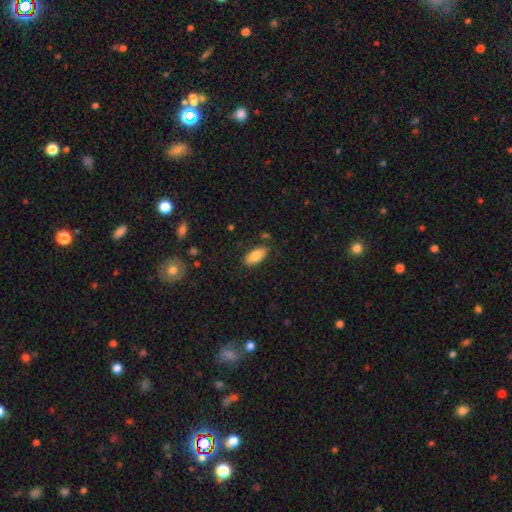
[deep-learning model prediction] smooth-or-featured: smooth: 81% | featured or disk: 12% | star or artifact: 7%
  how-rounded: in between: 90% | cigar-shaped: 8% | round: 2%
  merging: none: 83% | minor disturbance: 12% | major disturbance: 3% | merger: 2%